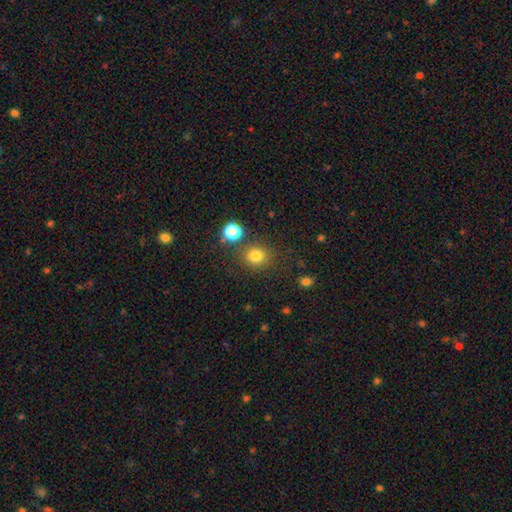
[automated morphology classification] A smooth galaxy with no disk features (79%) that is round (79%). Merging: none (80%).